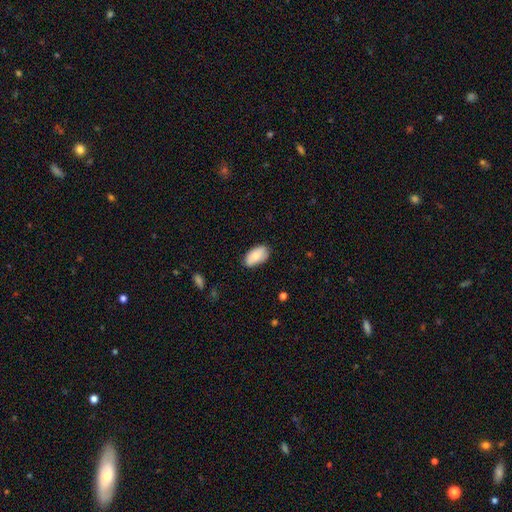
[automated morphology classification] smooth_or_featured: smooth (p=0.83) [alt: featured or disk p=0.10]
how_rounded: in between (p=0.94) [alt: round p=0.03]
merging: none (p=0.76) [alt: minor disturbance p=0.20]